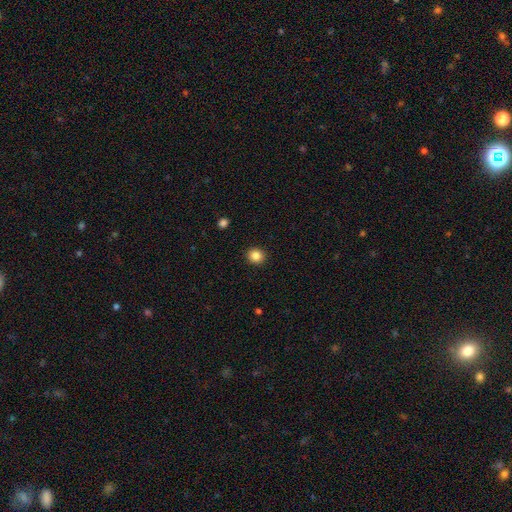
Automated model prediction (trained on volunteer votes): Overall: smooth (85%). How rounded: round (87%). Merging: none (92%).